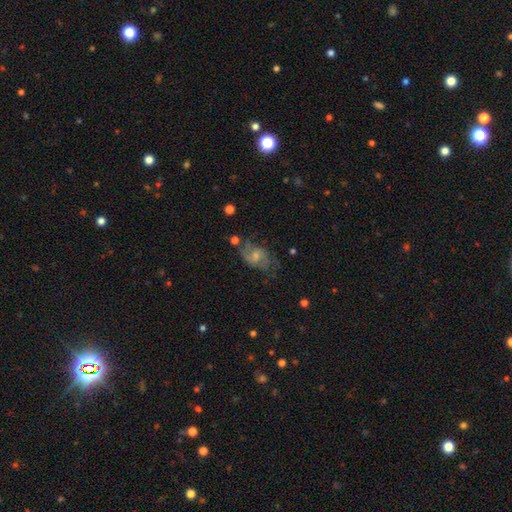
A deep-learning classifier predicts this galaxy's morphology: Overall: featured or disk (68%). Edge-on disk: no (96%). Bar: no (50%; weak 42%). Spiral arms: yes (89%). Spiral arm count: 2 (72%). Spiral winding: medium (50%; loose 29%). Bulge size: small (45%; moderate 44%). Merging: none (65%).